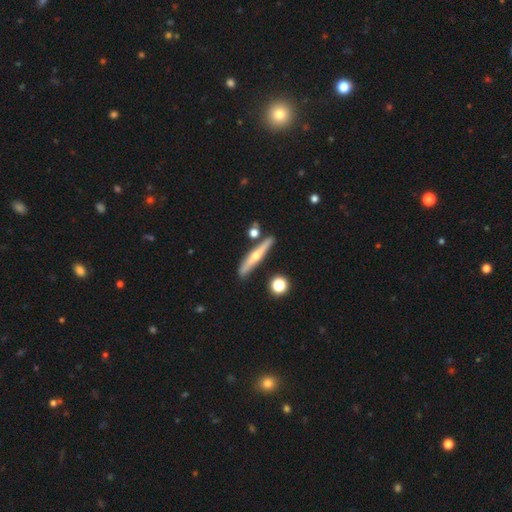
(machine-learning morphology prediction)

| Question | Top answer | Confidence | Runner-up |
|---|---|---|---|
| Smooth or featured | featured or disk | 55% | smooth (39%) |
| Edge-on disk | yes | 94% | no (6%) |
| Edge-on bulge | rounded | 84% | none (13%) |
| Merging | none | 83% | minor disturbance (9%) |